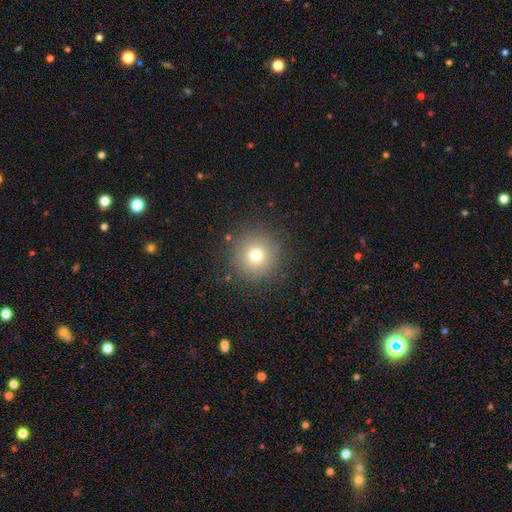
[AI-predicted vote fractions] smooth-or-featured: smooth: 73% | star or artifact: 16% | featured or disk: 11%
  how-rounded: round: 96% | in between: 3% | cigar-shaped: 1%
  merging: none: 89% | minor disturbance: 7% | major disturbance: 3% | merger: 1%